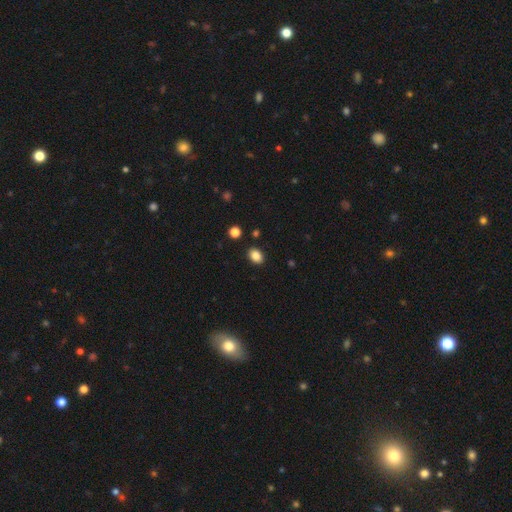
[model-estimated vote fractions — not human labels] Smooth or featured: smooth — 86% (star or artifact — 10%)
How rounded: in between — 69% (round — 30%)
Merging: none — 87% (minor disturbance — 8%)